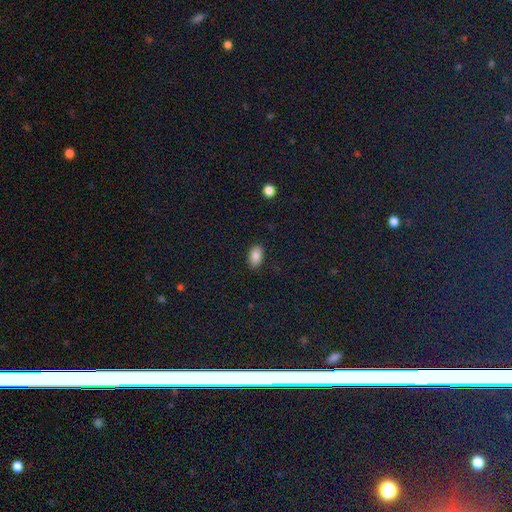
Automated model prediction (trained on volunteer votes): The model was most divided on "smooth or featured": smooth: 85%, star or artifact: 9%, featured or disk: 6%. More confident: how rounded — in between (92%); merging — none (87%).